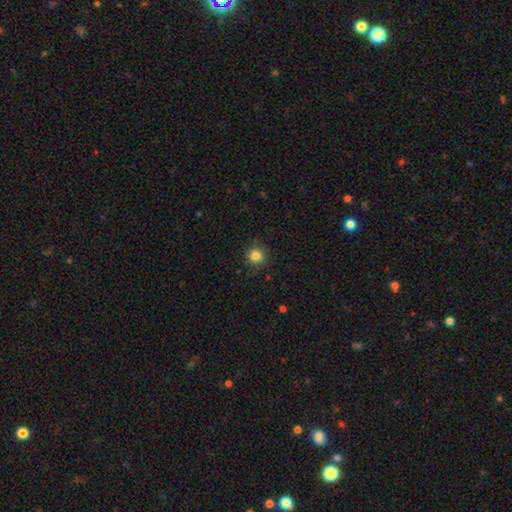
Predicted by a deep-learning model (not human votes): A smooth galaxy with no disk features (84%) that is round (93%).

Vote fractions:
- Smooth or featured? smooth: 84% / star or artifact: 11% / featured or disk: 5%
- How rounded? round: 93% / in between: 6% / cigar-shaped: 1%
- Merging? none: 87% / minor disturbance: 9% / major disturbance: 3% / merger: 1%